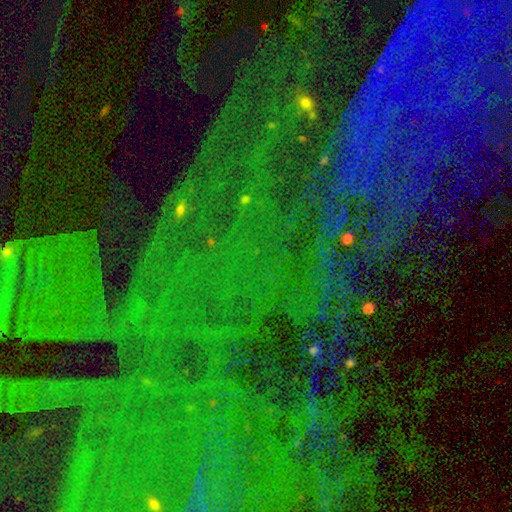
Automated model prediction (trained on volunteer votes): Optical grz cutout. It shows a star or artifact, not a galaxy (82%).